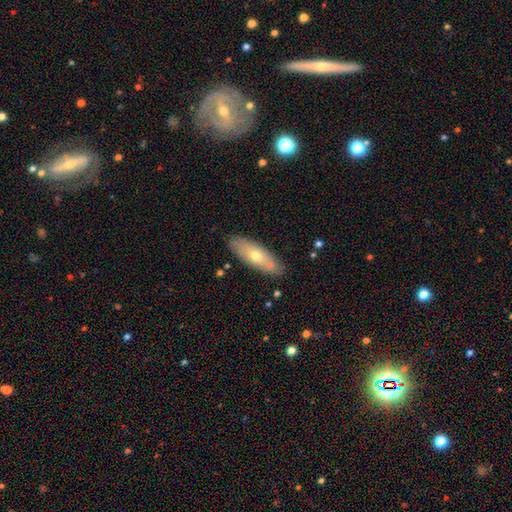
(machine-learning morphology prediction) A smooth galaxy with no disk features (61%) that is in between round and cigar-shaped (64%). Merging: none (77%).